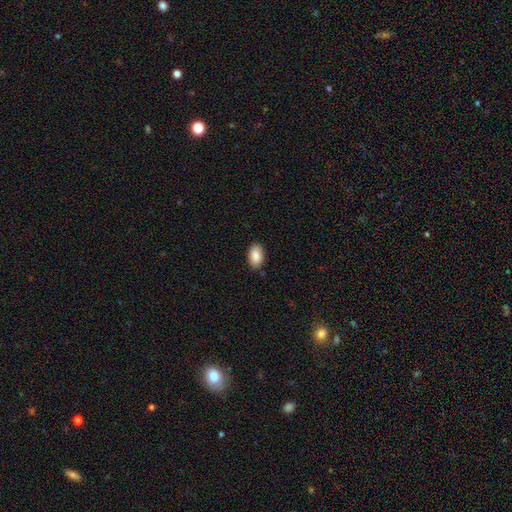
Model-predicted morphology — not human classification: This appears to be a smooth galaxy with no disk features (89%) that is in between round and cigar-shaped (92%). Merging: none (86%).